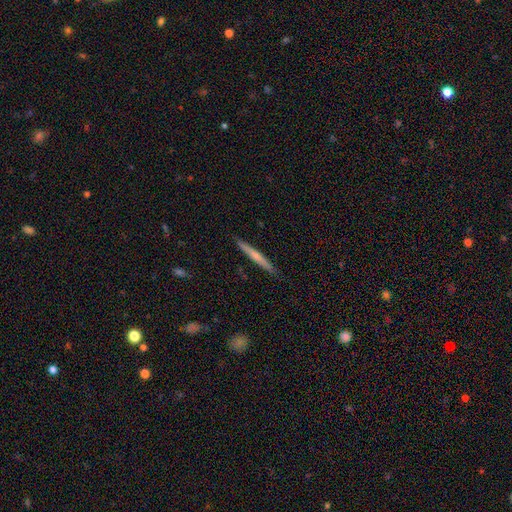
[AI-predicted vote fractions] Q: Smooth or featured?
A: smooth (51%); runner-up: featured or disk (43%)
Q: How rounded?
A: cigar-shaped (96%); runner-up: in between (2%)
Q: Merging?
A: none (90%); runner-up: minor disturbance (7%)